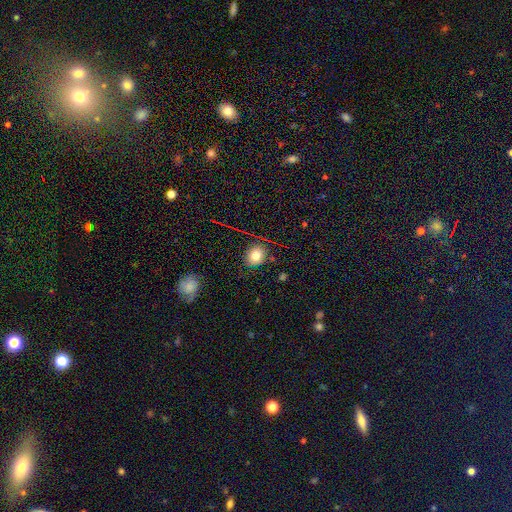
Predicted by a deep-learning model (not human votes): Morphology: type=smooth (78%); roundness=round (61%); merging=none (82%).